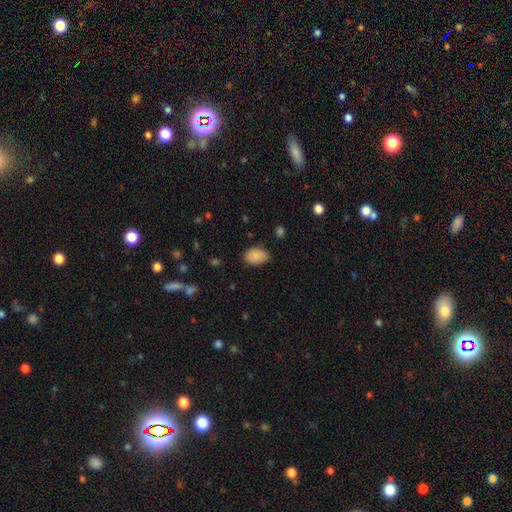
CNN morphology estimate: A smooth galaxy with no disk features (88%) that is in between round and cigar-shaped (87%).

Vote fractions:
- Smooth or featured? smooth: 88% / star or artifact: 7% / featured or disk: 4%
- How rounded? in between: 87% / round: 11% / cigar-shaped: 1%
- Merging? none: 80% / minor disturbance: 16% / major disturbance: 3% / merger: 1%